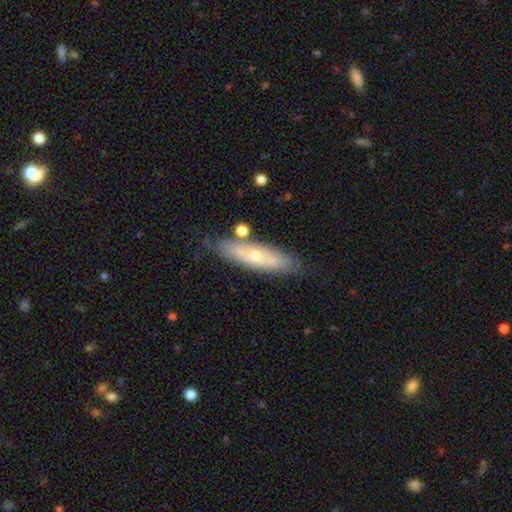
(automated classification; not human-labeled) A smooth galaxy with no disk features (52%) that is cigar-shaped (66%).

Vote fractions:
- Smooth or featured? smooth: 52% / featured or disk: 42% / star or artifact: 6%
- How rounded? cigar-shaped: 66% / in between: 32% / round: 2%
- Merging? none: 78% / minor disturbance: 14% / merger: 5% / major disturbance: 3%